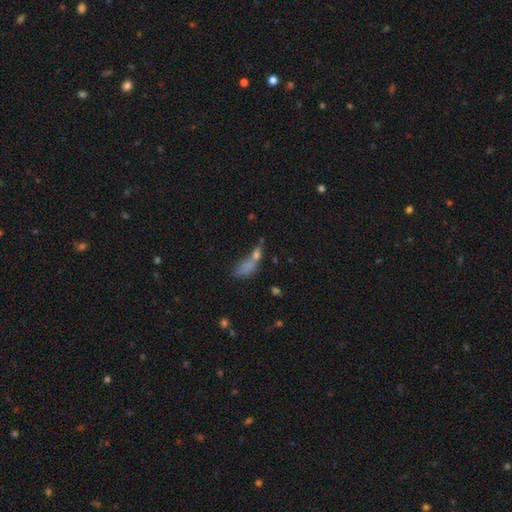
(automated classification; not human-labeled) Smooth or featured? Predicted: smooth (p=0.61). How rounded? Predicted: in between (p=0.62). Merging? Predicted: merger (p=0.40).